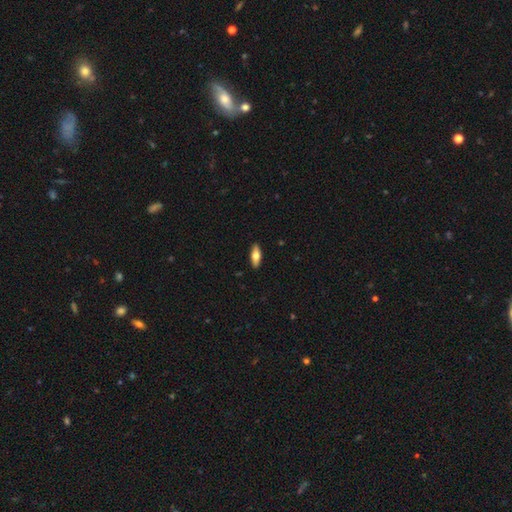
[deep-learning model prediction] Smooth or featured? Predicted: smooth (p=0.66). How rounded? Predicted: in between (p=0.71). Merging? Predicted: none (p=0.90).